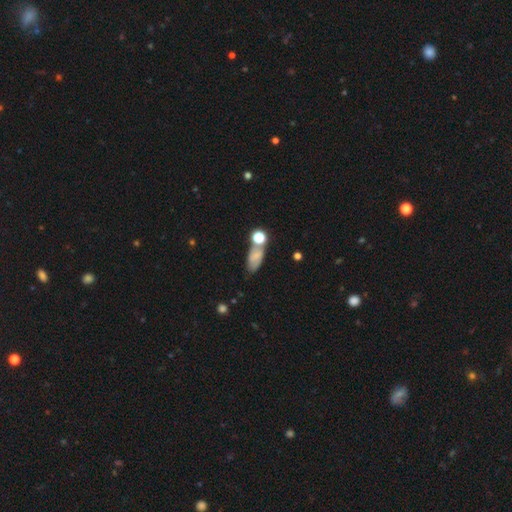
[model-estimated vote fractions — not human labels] This is likely a smooth galaxy (69%). How rounded: likely in between (79%). Merging: possibly none (50%).